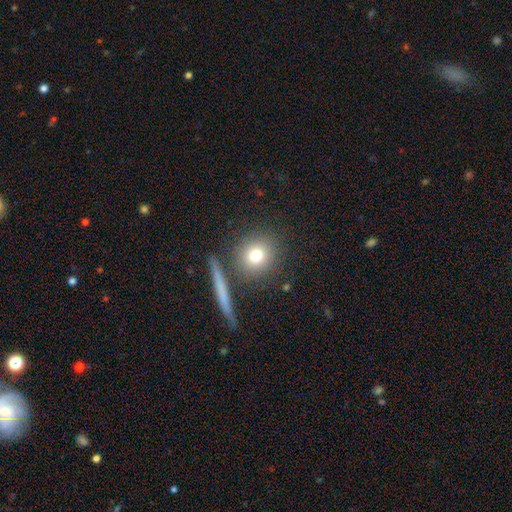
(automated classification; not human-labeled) smooth_or_featured: smooth (p=0.76) [alt: featured or disk p=0.12]
how_rounded: round (p=0.86) [alt: in between p=0.11]
merging: none (p=0.81) [alt: minor disturbance p=0.09]